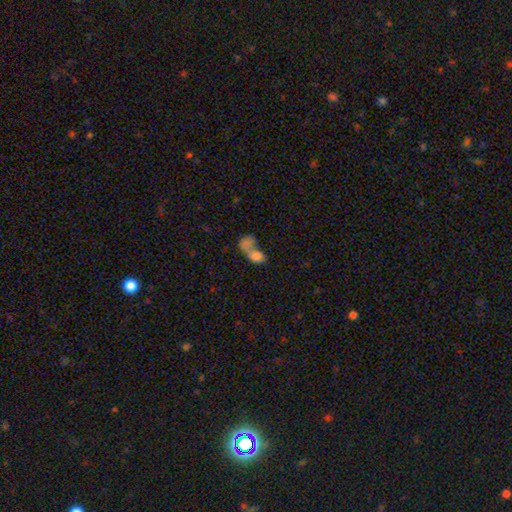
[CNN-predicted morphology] This is likely a smooth galaxy (74%). How rounded: likely in between (75%). Merging: likely merger (73%).